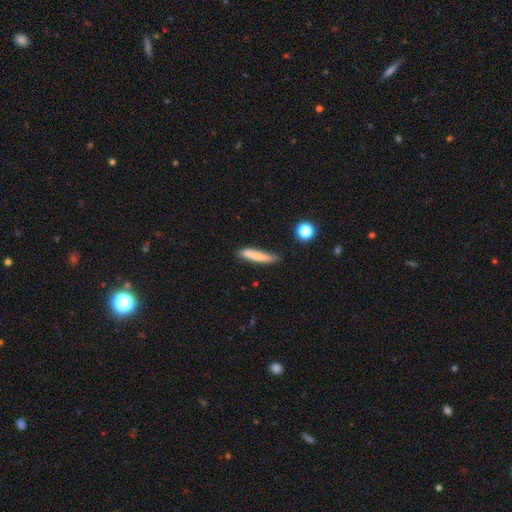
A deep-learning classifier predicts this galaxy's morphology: Q: Smooth or featured?
A: smooth (76%); runner-up: featured or disk (17%)
Q: How rounded?
A: cigar-shaped (90%); runner-up: in between (9%)
Q: Merging?
A: none (77%); runner-up: minor disturbance (17%)